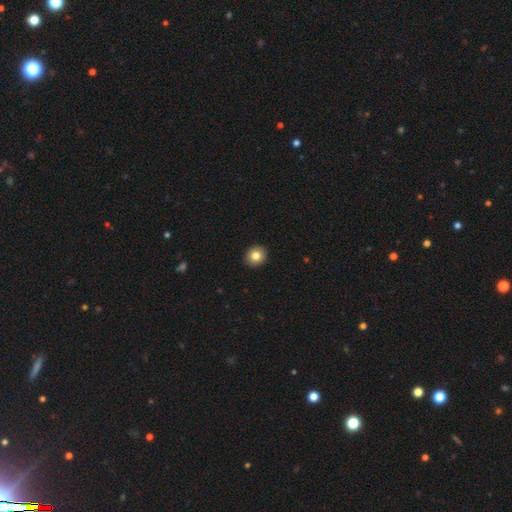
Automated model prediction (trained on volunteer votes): This is clearly a smooth galaxy (82%). How rounded: likely round (77%). Merging: clearly none (92%).